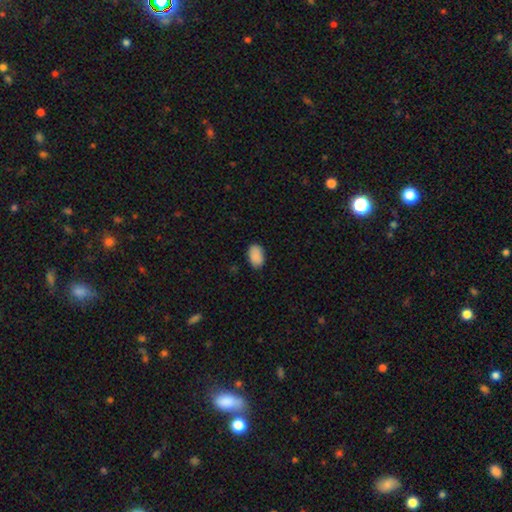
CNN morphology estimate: smooth 89%, star or artifact 8%, featured or disk 3%. Down the decision tree: how rounded — in between (90%); merging — none (84%).